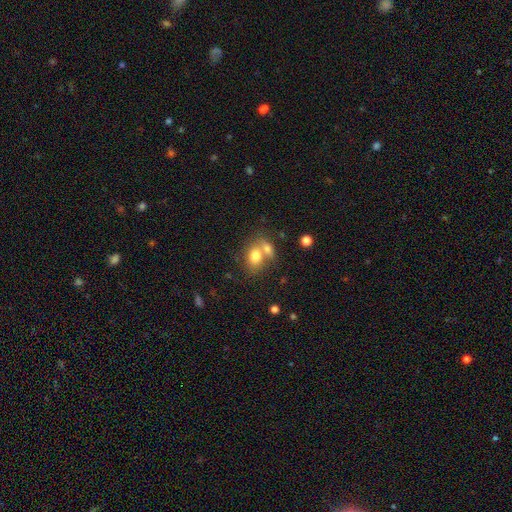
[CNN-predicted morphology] This is likely a smooth galaxy (76%). How rounded: likely in between (67%). Merging: possibly merger (55%).